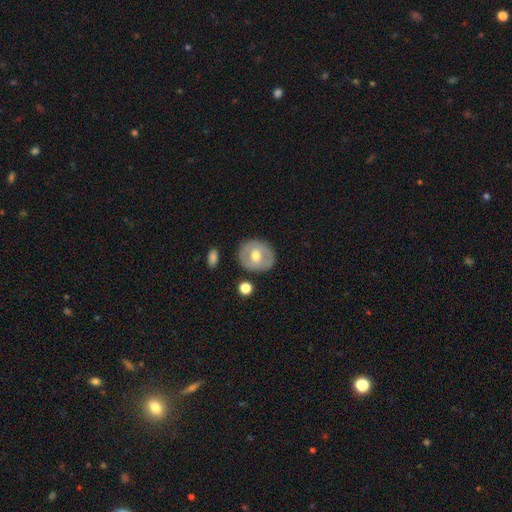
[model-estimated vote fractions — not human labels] featured or disk 49%, smooth 44%, star or artifact 6%. Down the decision tree: merging — none (82%).